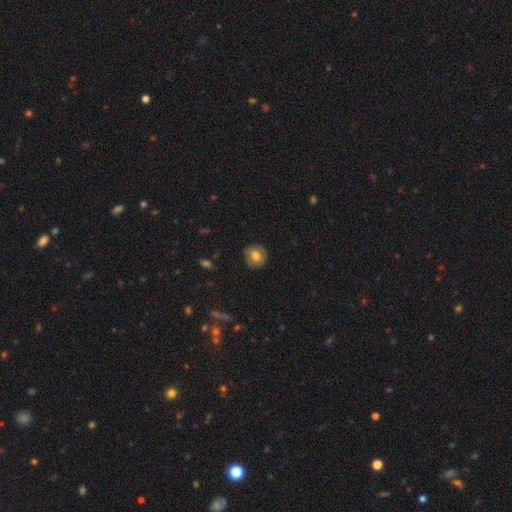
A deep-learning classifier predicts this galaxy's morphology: Smooth or featured? smooth (73%)
How rounded? round (85%)
Merging? none (86%)